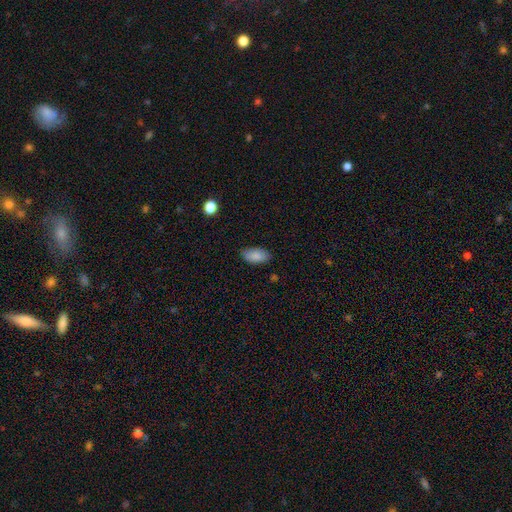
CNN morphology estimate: Smooth or featured? smooth (86%)
How rounded? in between (93%)
Merging? none (83%)